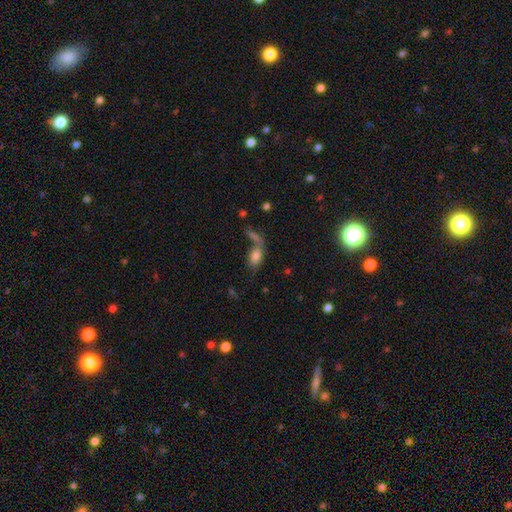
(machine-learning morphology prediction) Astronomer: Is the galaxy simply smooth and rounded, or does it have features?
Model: smooth — 74%.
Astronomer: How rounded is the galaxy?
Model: in between — 86%.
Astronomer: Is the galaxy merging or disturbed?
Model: merger — 37% (runner-up: none, 36%).